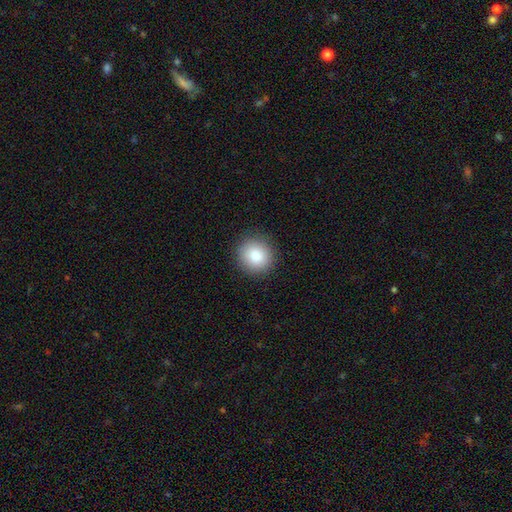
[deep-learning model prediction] Q: Smooth or featured?
A: smooth (86%); runner-up: star or artifact (9%)
Q: How rounded?
A: round (90%); runner-up: in between (9%)
Q: Merging?
A: none (90%); runner-up: minor disturbance (7%)